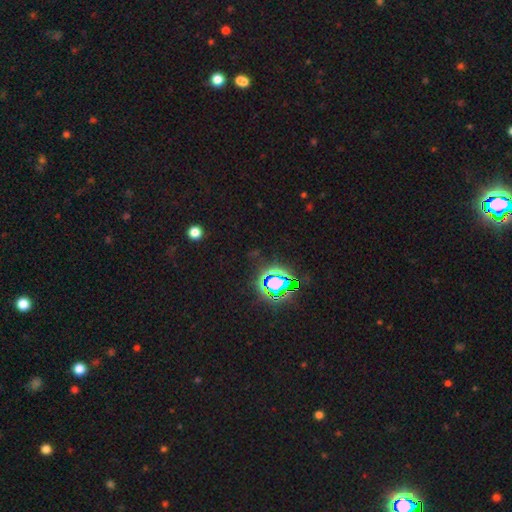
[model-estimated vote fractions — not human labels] Overall: star or artifact (77%).